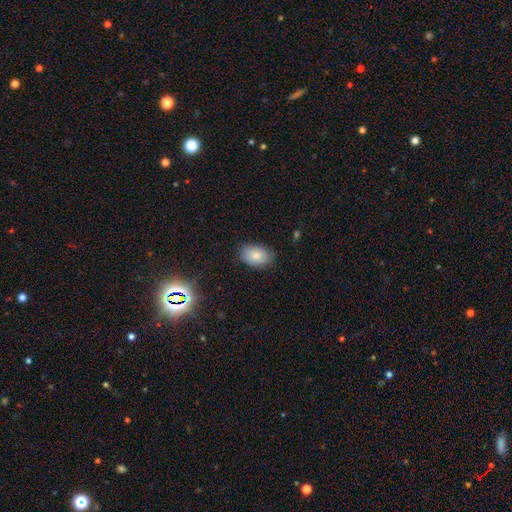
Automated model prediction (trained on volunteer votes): This appears to be a smooth galaxy with no disk features (81%) that is in between round and cigar-shaped (87%). Merging: none (83%).